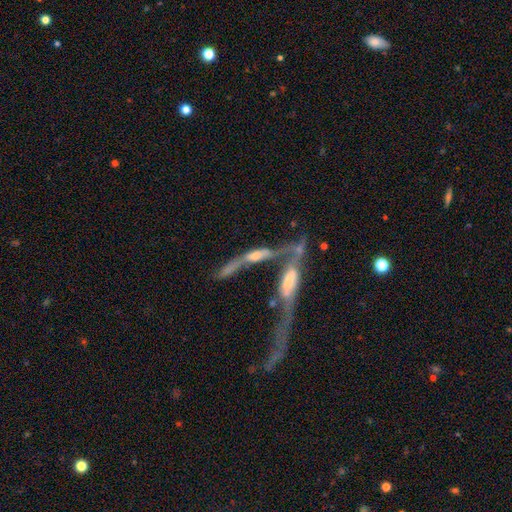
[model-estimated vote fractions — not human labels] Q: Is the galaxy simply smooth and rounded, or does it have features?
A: featured or disk — 67%.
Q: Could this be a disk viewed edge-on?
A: yes — 57%.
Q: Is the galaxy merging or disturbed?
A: merger — 67%.